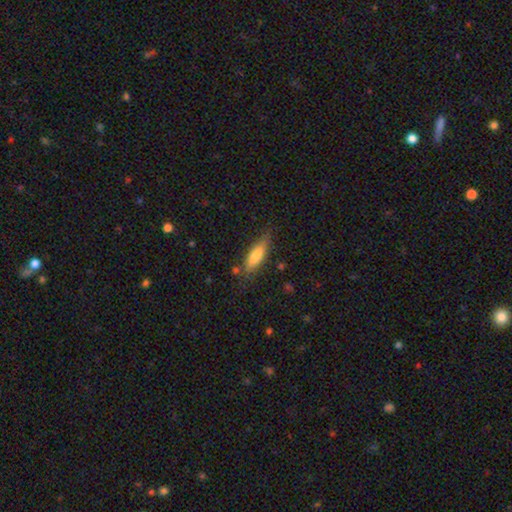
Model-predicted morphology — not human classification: Q: Smooth or featured?
A: smooth (75%); runner-up: featured or disk (19%)
Q: How rounded?
A: cigar-shaped (52%); runner-up: in between (47%)
Q: Merging?
A: none (76%); runner-up: minor disturbance (17%)